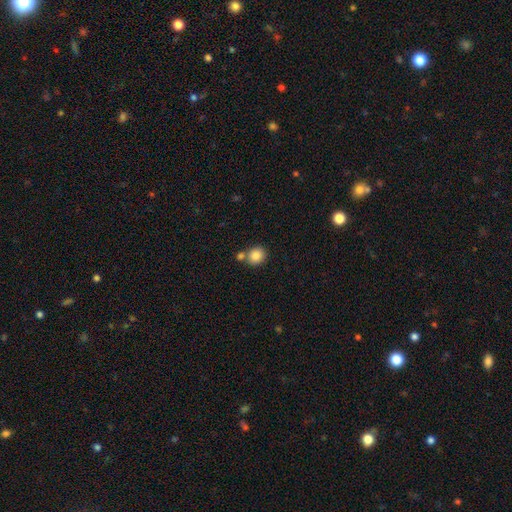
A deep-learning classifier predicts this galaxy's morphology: Smooth or featured?
  - smooth: 85% *
  - star or artifact: 9%
  - featured or disk: 6%
How rounded?
  - round: 82% *
  - in between: 17%
  - cigar-shaped: 1%
Merging?
  - none: 62% *
  - merger: 27%
  - minor disturbance: 9%
  - major disturbance: 3%